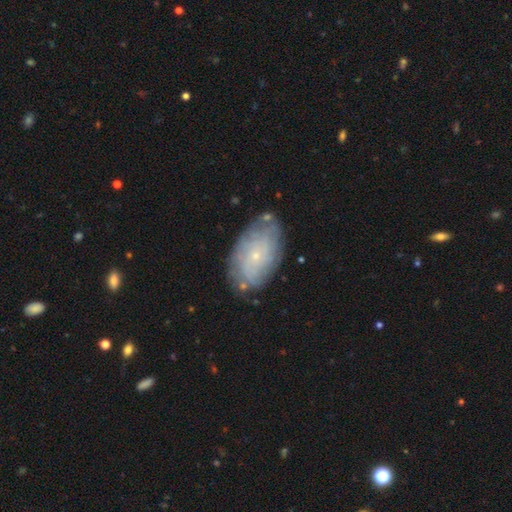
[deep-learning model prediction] The model was most divided on "smooth or featured": featured or disk: 58%, smooth: 34%, star or artifact: 8%. More confident: edge-on disk — no (94%); bar — no (87%); bulge size — small (85%); merging — none (75%); spiral arms — yes (67%).